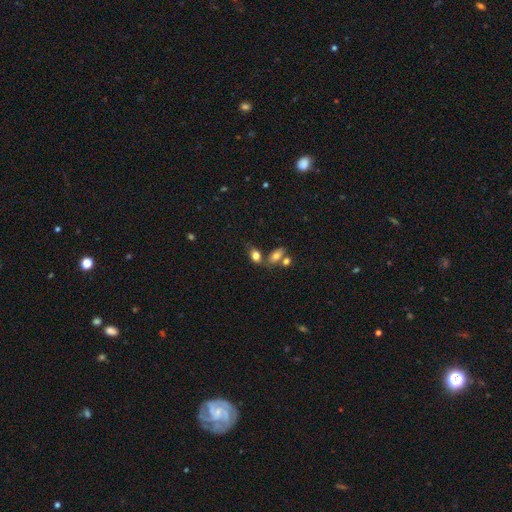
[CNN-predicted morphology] Smooth or featured? smooth (79%)
How rounded? in between (84%)
Merging? none (51%)